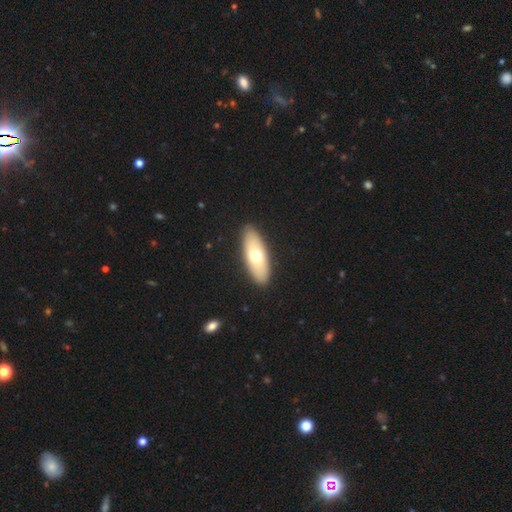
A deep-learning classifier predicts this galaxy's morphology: A smooth galaxy with no disk features (62%) that is in between round and cigar-shaped (71%). Merging: none (91%).